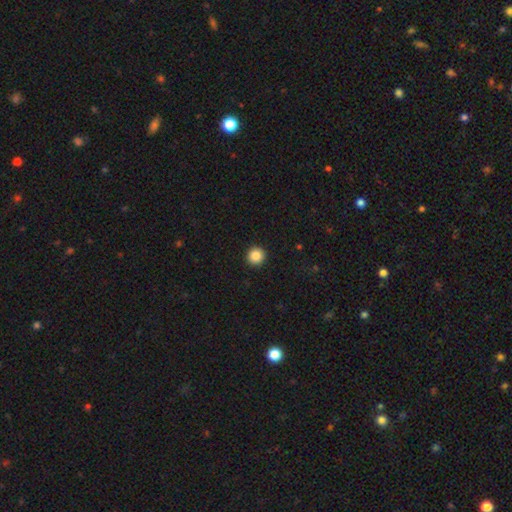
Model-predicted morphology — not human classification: Smooth or featured? Predicted: smooth (p=0.86). How rounded? Predicted: round (p=0.95). Merging? Predicted: none (p=0.93).